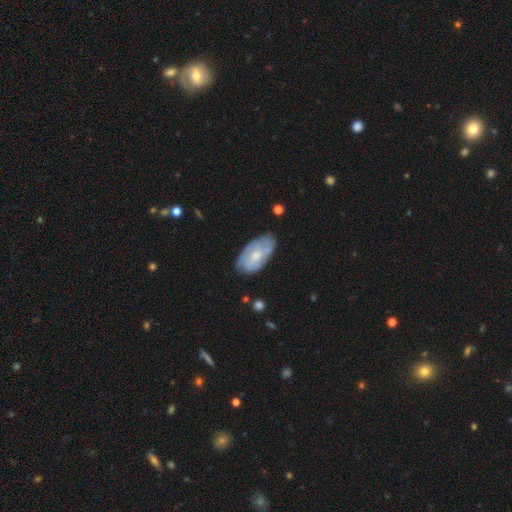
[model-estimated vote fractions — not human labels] Q: Smooth or featured?
A: smooth (50%); runner-up: featured or disk (44%)
Q: How rounded?
A: in between (93%); runner-up: round (4%)
Q: Merging?
A: none (69%); runner-up: minor disturbance (24%)